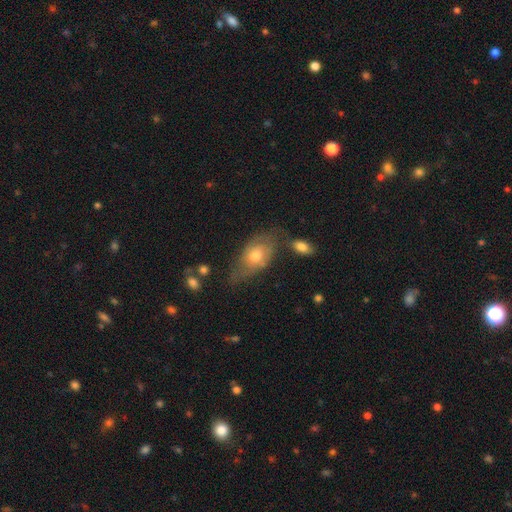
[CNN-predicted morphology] The model was most divided on "merging": none: 45%, minor disturbance: 31%, major disturbance: 15%, merger: 9%. More confident: how rounded — in between (85%); smooth or featured — smooth (56%).